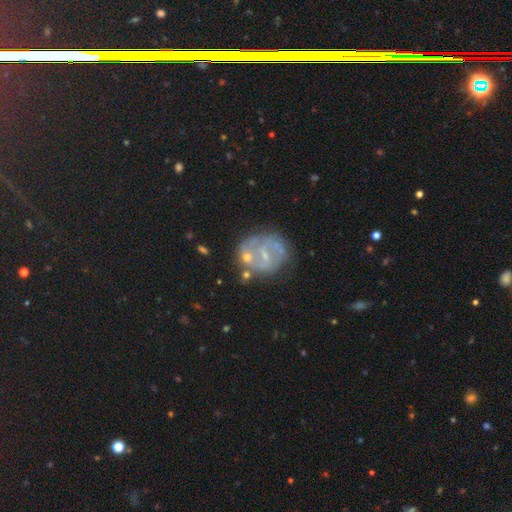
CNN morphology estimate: type=featured or disk (71%); edge-on=no (98%); bar=weak (44%); spiral arms=yes (68%); bulge=small (67%); merging=none (60%).